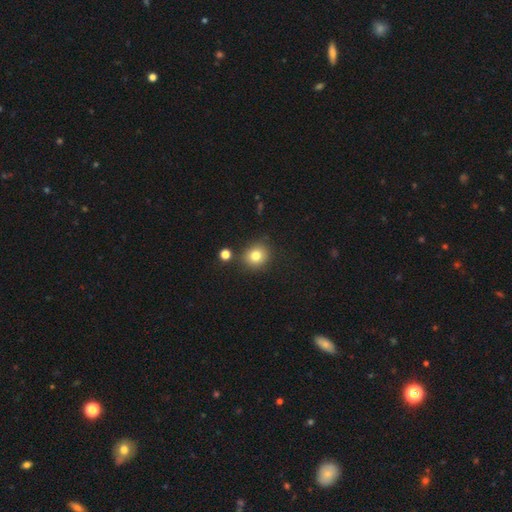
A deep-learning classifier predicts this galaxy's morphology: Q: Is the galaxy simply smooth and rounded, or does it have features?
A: smooth — 80%.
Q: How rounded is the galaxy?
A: round — 83%.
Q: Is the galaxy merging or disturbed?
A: none — 81%.